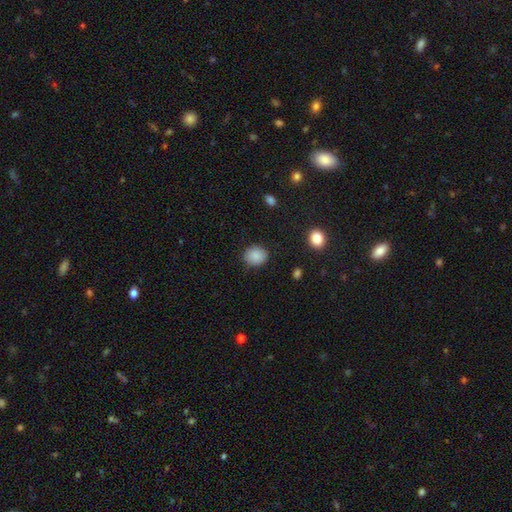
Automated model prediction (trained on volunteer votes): smooth 87%, star or artifact 8%, featured or disk 4%. Down the decision tree: how rounded — round (73%); merging — none (84%).